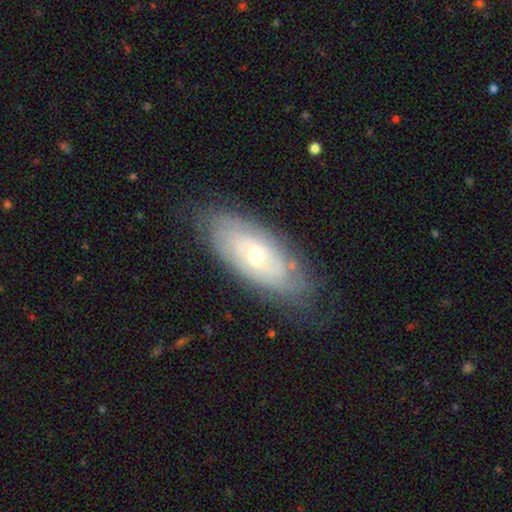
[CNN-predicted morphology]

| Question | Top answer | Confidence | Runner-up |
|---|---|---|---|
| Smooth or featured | featured or disk | 68% | smooth (25%) |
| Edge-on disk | no | 86% | yes (14%) |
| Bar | no | 75% | weak (20%) |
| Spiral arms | yes | 71% | no (29%) |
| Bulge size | moderate | 57% | small (38%) |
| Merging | none | 76% | minor disturbance (18%) |